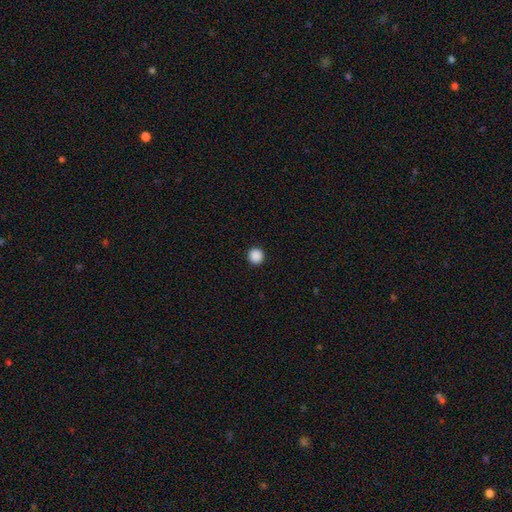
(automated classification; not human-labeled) smooth_or_featured: smooth (p=0.89) [alt: star or artifact p=0.09]
how_rounded: round (p=0.94) [alt: in between p=0.05]
merging: none (p=0.93) [alt: minor disturbance p=0.04]